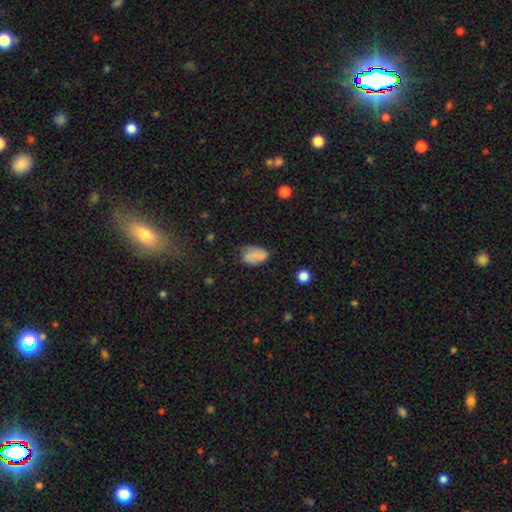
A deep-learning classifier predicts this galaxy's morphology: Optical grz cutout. It shows a smooth galaxy with no disk features (67%) that is in between round and cigar-shaped (88%). Merging: none (43%).